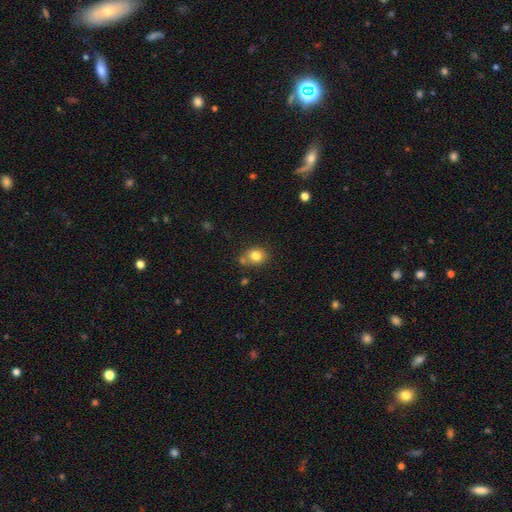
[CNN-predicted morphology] smooth_or_featured: smooth (p=0.81) [alt: star or artifact p=0.11]
how_rounded: round (p=0.66) [alt: in between p=0.33]
merging: none (p=0.68) [alt: merger p=0.14]